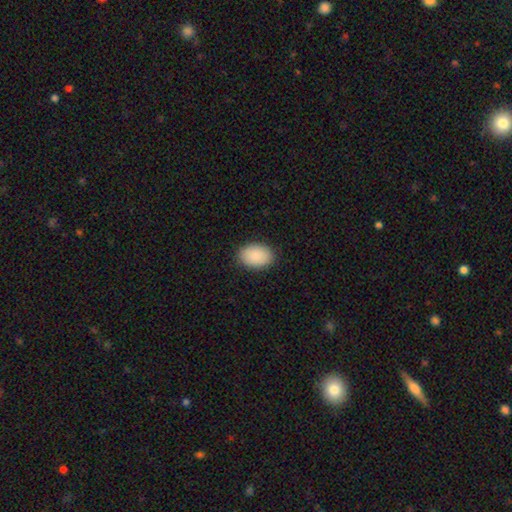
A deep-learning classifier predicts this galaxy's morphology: Overall: smooth (90%). How rounded: in between (88%). Merging: none (88%).